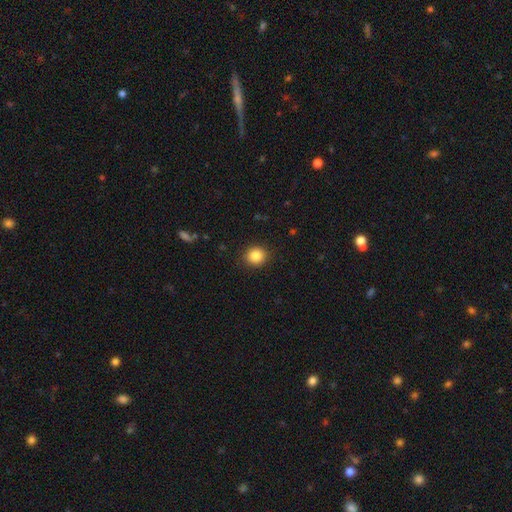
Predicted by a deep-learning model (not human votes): The model was most divided on "how rounded": round: 86%, in between: 13%, cigar-shaped: 1%. More confident: merging — none (90%); smooth or featured — smooth (85%).